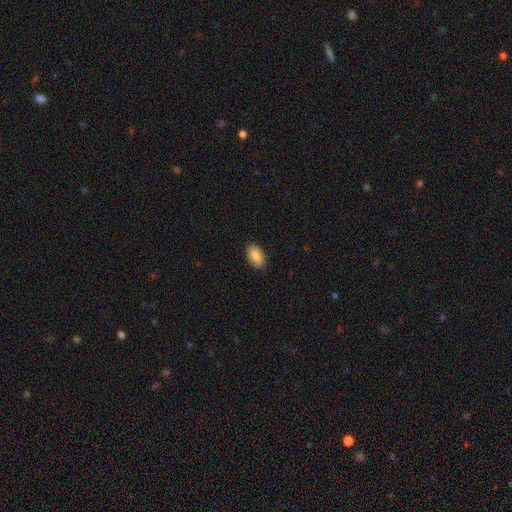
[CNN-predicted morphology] Smooth or featured: smooth — 87% (featured or disk — 7%)
How rounded: in between — 94% (round — 3%)
Merging: none — 88% (minor disturbance — 9%)